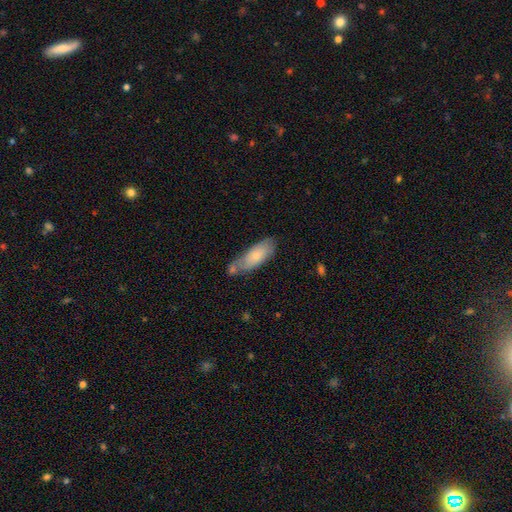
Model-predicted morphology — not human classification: smooth 75%, featured or disk 19%, star or artifact 6%. Down the decision tree: how rounded — in between (71%); merging — none (51%).